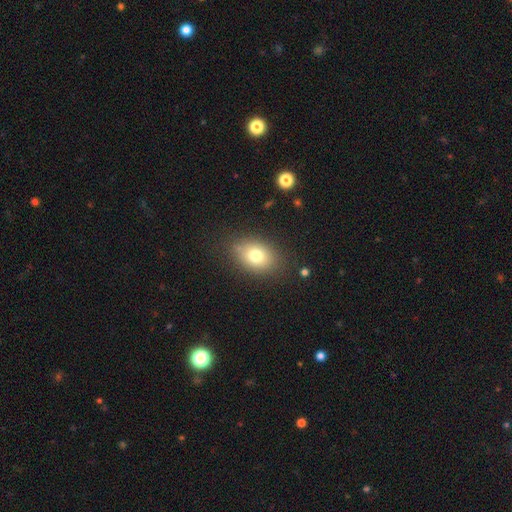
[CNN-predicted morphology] smooth 76%, featured or disk 13%, star or artifact 11%. Down the decision tree: how rounded — in between (73%); merging — none (80%).